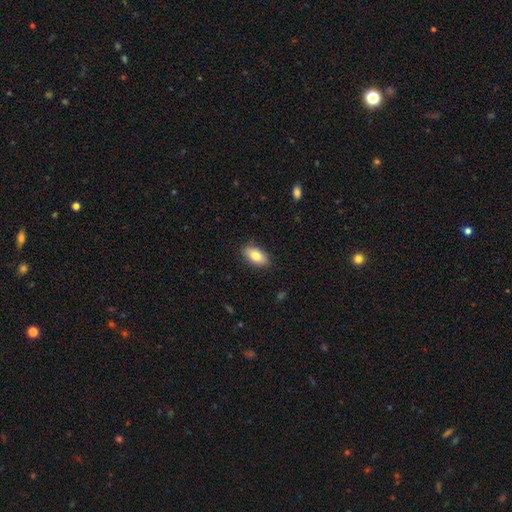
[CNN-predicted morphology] The model was most divided on "smooth or featured": smooth: 80%, featured or disk: 13%, star or artifact: 7%. More confident: how rounded — in between (90%); merging — none (87%).